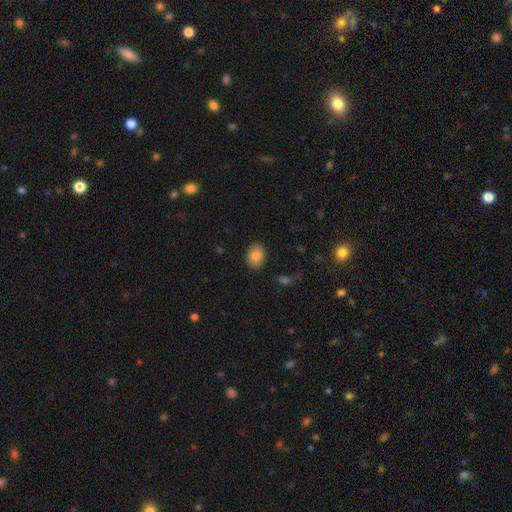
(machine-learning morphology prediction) smooth_or_featured: smooth (p=0.84) [alt: featured or disk p=0.08]
how_rounded: in between (p=0.68) [alt: round p=0.31]
merging: none (p=0.85) [alt: minor disturbance p=0.11]